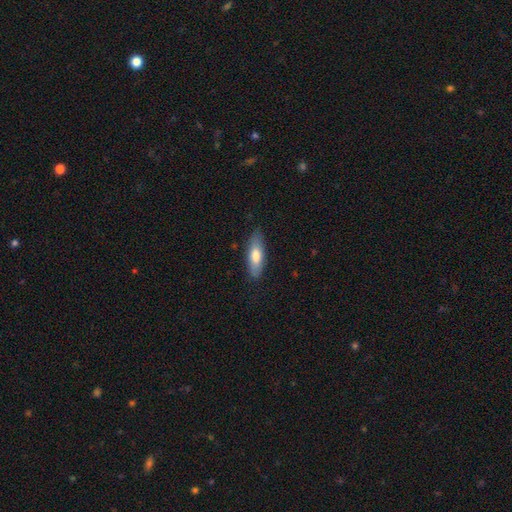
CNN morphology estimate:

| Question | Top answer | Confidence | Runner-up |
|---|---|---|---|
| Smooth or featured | smooth | 74% | featured or disk (21%) |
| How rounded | in between | 56% | cigar-shaped (42%) |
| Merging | none | 83% | minor disturbance (13%) |